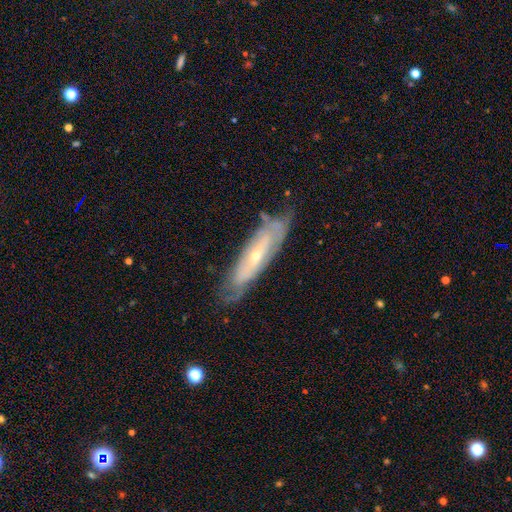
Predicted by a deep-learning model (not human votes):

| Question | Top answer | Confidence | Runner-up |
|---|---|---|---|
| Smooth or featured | featured or disk | 72% | smooth (21%) |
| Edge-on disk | no | 68% | yes (32%) |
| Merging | none | 70% | minor disturbance (21%) |